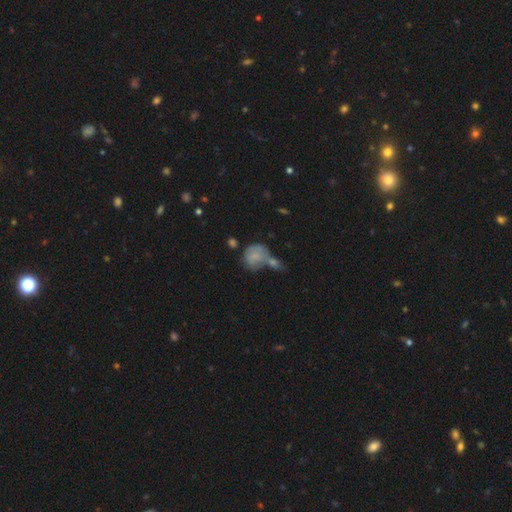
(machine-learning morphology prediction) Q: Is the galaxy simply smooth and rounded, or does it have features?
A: smooth — 67%.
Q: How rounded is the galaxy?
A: round — 64%.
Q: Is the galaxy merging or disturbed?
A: merger — 42%.